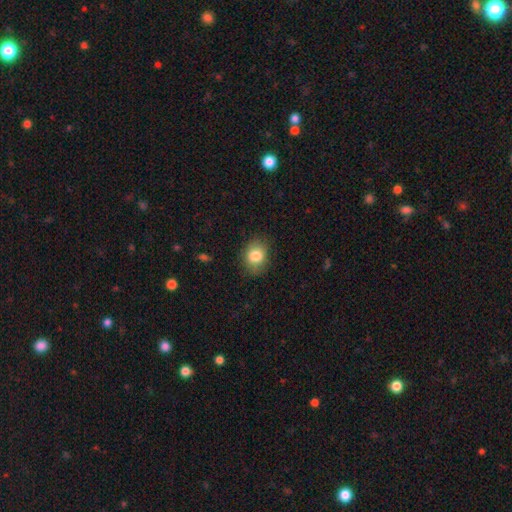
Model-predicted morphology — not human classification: A smooth galaxy with no disk features (82%) that is in between round and cigar-shaped (50%). Merging: none (81%).